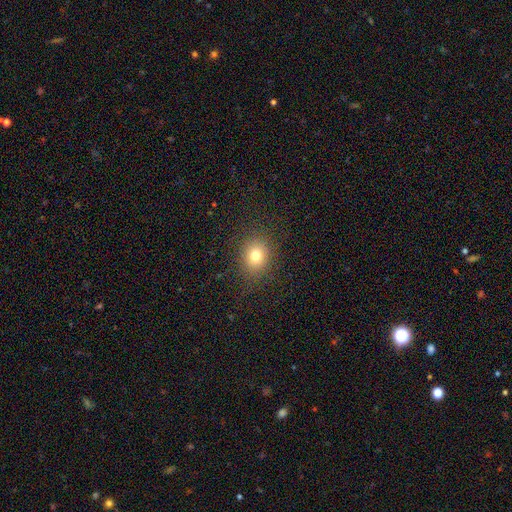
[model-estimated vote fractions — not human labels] This appears to be a smooth galaxy with no disk features (77%) that is round (65%). Merging: none (87%).